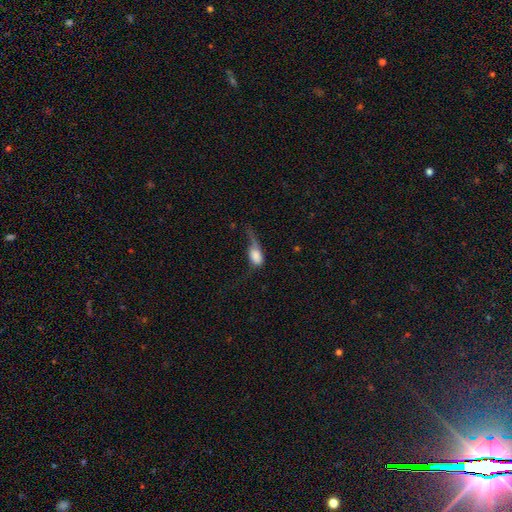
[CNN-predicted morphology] The model was most divided on "merging": major disturbance: 55%, minor disturbance: 23%, none: 16%, merger: 6%. More confident: how rounded — in between (84%); smooth or featured — smooth (70%).